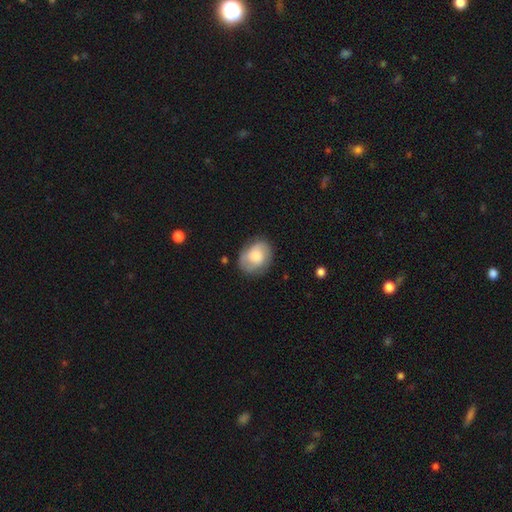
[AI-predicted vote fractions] smooth_or_featured: smooth (p=0.56) [alt: featured or disk p=0.36]
how_rounded: in between (p=0.50) [alt: round p=0.49]
merging: none (p=0.73) [alt: minor disturbance p=0.19]